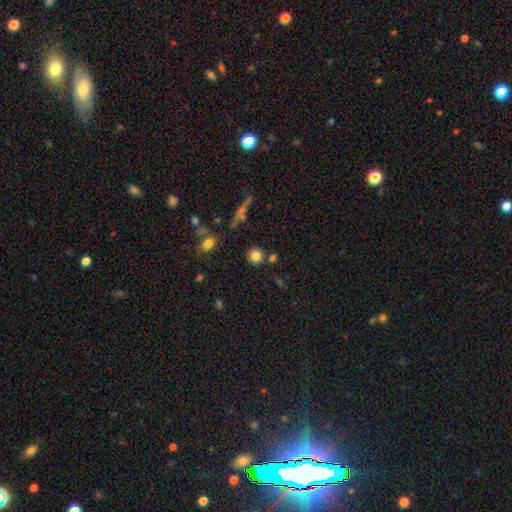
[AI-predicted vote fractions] A smooth galaxy with no disk features (80%) that is round (90%).

Vote fractions:
- Smooth or featured? smooth: 80% / star or artifact: 12% / featured or disk: 8%
- How rounded? round: 90% / in between: 9% / cigar-shaped: 1%
- Merging? none: 81% / minor disturbance: 8% / merger: 8% / major disturbance: 3%